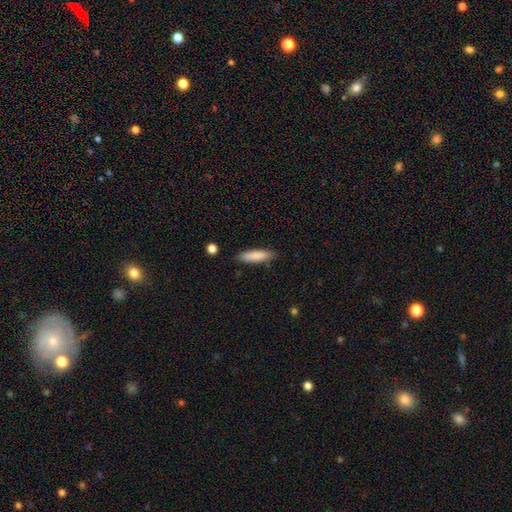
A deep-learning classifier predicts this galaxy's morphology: Smooth or featured?
  - smooth: 84% *
  - featured or disk: 10%
  - star or artifact: 6%
How rounded?
  - cigar-shaped: 68% *
  - in between: 31%
  - round: 1%
Merging?
  - none: 85% *
  - minor disturbance: 11%
  - major disturbance: 2%
  - merger: 2%